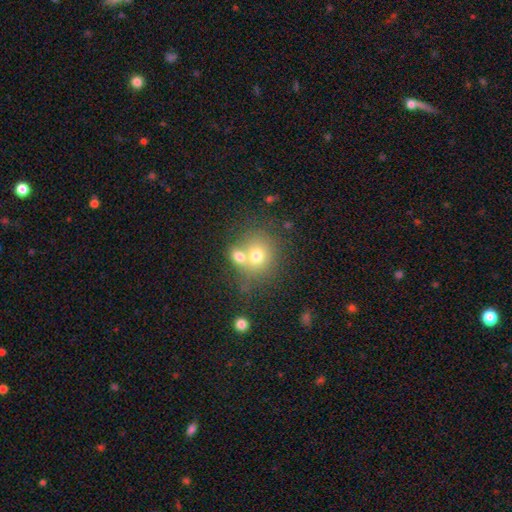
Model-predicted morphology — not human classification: The model was most divided on "merging": merger: 49%, none: 39%, minor disturbance: 8%, major disturbance: 4%. More confident: how rounded — round (76%); smooth or featured — smooth (69%).